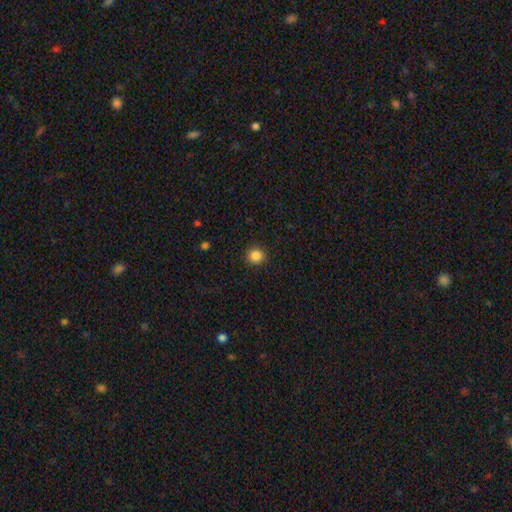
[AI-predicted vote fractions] A smooth galaxy with no disk features (85%) that is round (90%). Merging: none (90%).